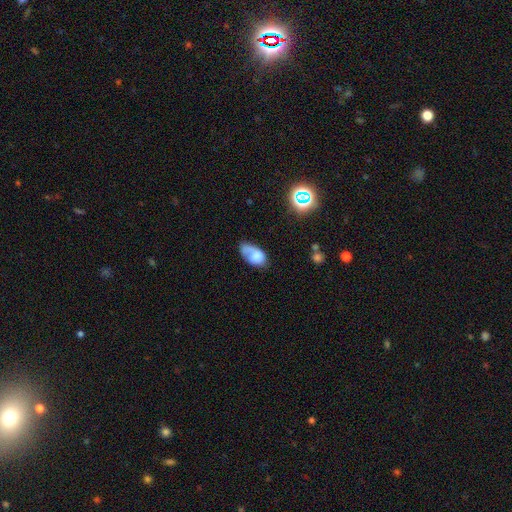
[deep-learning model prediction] smooth-or-featured: smooth: 67% | featured or disk: 24% | star or artifact: 9%
  how-rounded: in between: 89% | round: 8% | cigar-shaped: 2%
  merging: none: 37% | minor disturbance: 28% | major disturbance: 23% | merger: 12%